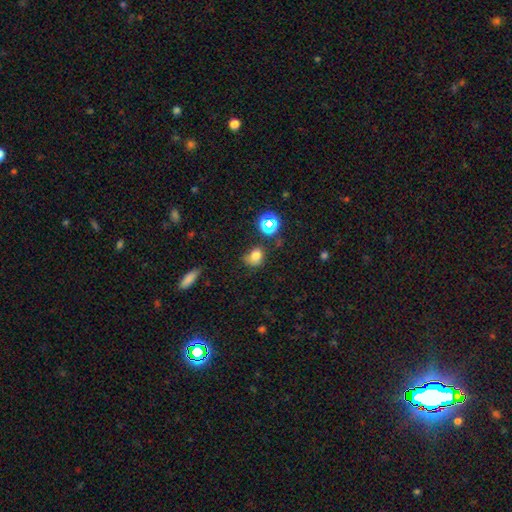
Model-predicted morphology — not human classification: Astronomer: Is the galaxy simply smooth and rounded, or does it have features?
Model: smooth — 75%.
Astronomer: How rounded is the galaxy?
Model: round — 54% (runner-up: in between, 45%).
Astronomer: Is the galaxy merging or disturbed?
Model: none — 52% (runner-up: minor disturbance, 29%).